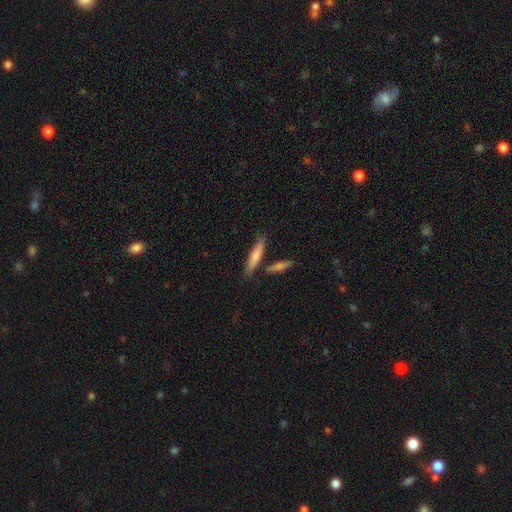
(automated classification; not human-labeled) A smooth galaxy with no disk features (72%) that is cigar-shaped (80%).

Vote fractions:
- Smooth or featured? smooth: 72% / featured or disk: 23% / star or artifact: 5%
- How rounded? cigar-shaped: 80% / in between: 18% / round: 2%
- Merging? none: 75% / minor disturbance: 11% / merger: 11% / major disturbance: 3%